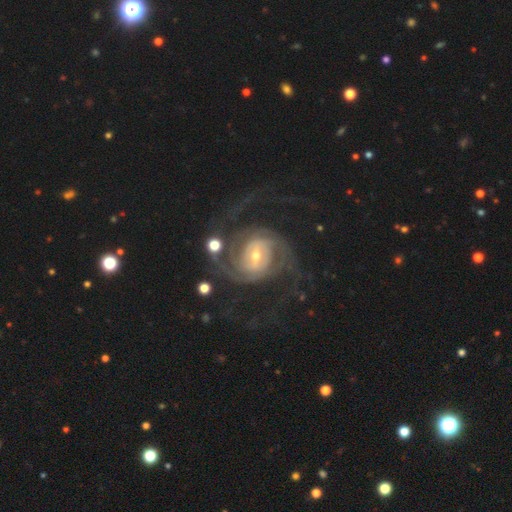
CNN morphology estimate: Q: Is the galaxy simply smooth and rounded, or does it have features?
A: featured or disk — 91%.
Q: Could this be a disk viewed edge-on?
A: no — 98%.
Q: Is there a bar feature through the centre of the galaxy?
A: weak — 46%.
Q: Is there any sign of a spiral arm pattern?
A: yes — 98%.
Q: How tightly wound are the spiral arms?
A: medium — 44%.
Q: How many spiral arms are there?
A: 2 — 58%.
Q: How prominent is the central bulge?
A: small — 53%.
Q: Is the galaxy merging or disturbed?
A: none — 59%.